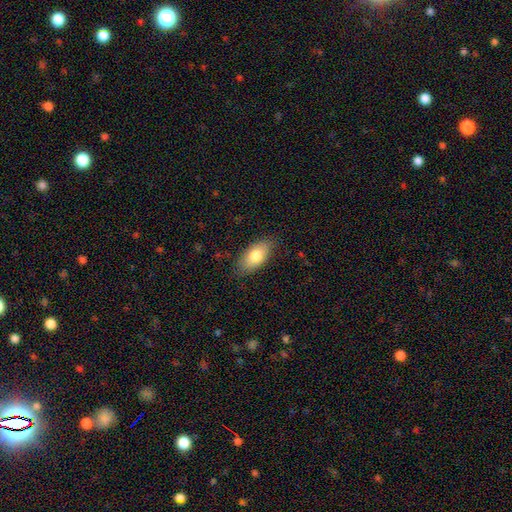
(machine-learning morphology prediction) A smooth galaxy with no disk features (78%) that is in between round and cigar-shaped (90%).

Vote fractions:
- Smooth or featured? smooth: 78% / featured or disk: 16% / star or artifact: 7%
- How rounded? in between: 90% / cigar-shaped: 6% / round: 4%
- Merging? none: 82% / minor disturbance: 14% / major disturbance: 3% / merger: 1%